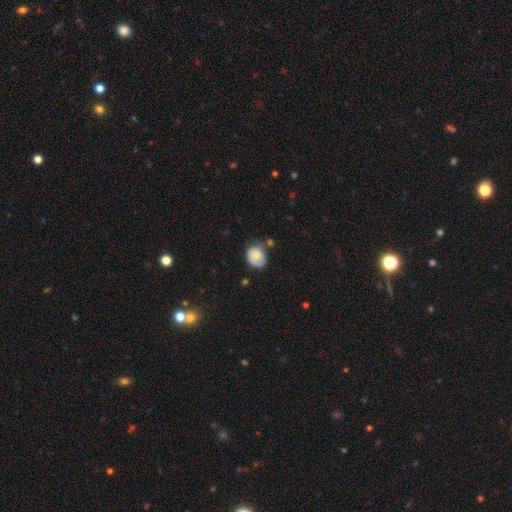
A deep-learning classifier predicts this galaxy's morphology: Q: Smooth or featured?
A: smooth (72%); runner-up: featured or disk (20%)
Q: How rounded?
A: round (62%); runner-up: in between (37%)
Q: Merging?
A: none (59%); runner-up: minor disturbance (28%)